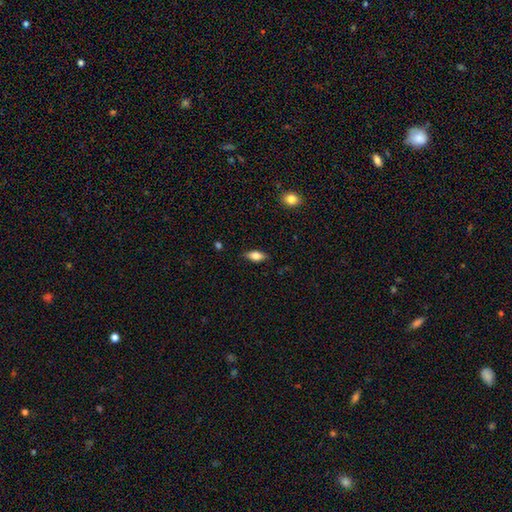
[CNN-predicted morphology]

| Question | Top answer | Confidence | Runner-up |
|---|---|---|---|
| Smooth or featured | smooth | 76% | featured or disk (16%) |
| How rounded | in between | 85% | cigar-shaped (12%) |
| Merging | none | 84% | minor disturbance (13%) |